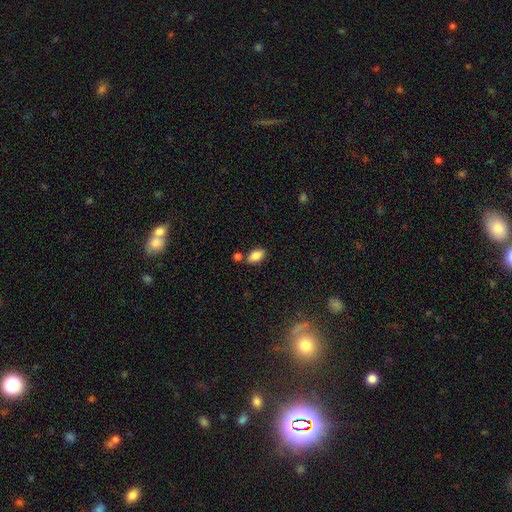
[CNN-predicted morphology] smooth 86%, star or artifact 7%, featured or disk 7%. Down the decision tree: how rounded — in between (91%); merging — none (74%).